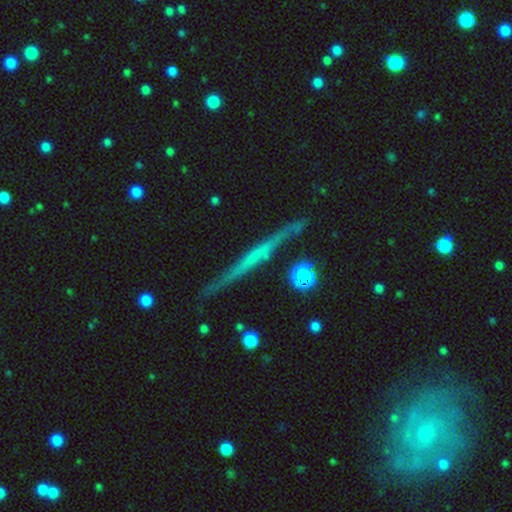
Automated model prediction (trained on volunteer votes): Smooth or featured?
  - featured or disk: 68% *
  - smooth: 24%
  - star or artifact: 7%
Edge-on disk?
  - yes: 96% *
  - no: 4%
Edge-on bulge?
  - none: 77% *
  - rounded: 14%
  - boxy: 9%
Merging?
  - none: 86% *
  - minor disturbance: 10%
  - major disturbance: 2%
  - merger: 2%